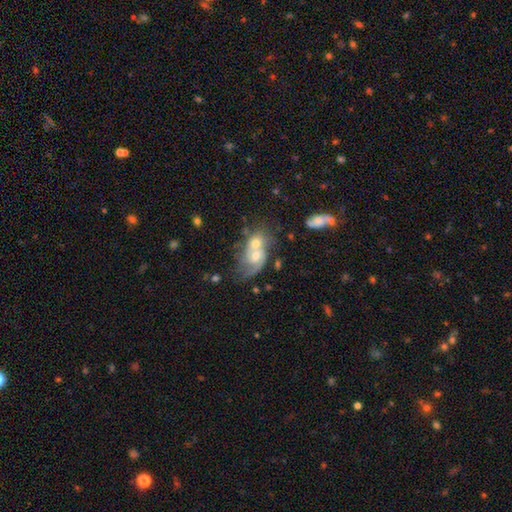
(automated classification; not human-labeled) Smooth or featured: featured or disk — 60% (smooth — 32%)
Edge-on disk: no — 96% (yes — 4%)
Bar: no — 70% (weak — 25%)
Spiral arms: yes — 74% (no — 26%)
Bulge size: moderate — 63% (small — 23%)
Merging: merger — 68% (none — 15%)